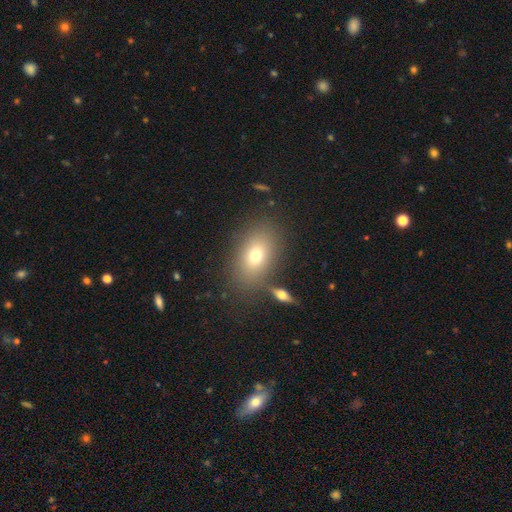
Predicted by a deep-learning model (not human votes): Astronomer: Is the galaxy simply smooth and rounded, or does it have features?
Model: smooth — 71%.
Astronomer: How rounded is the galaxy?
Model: in between — 82%.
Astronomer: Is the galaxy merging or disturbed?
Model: none — 78%.